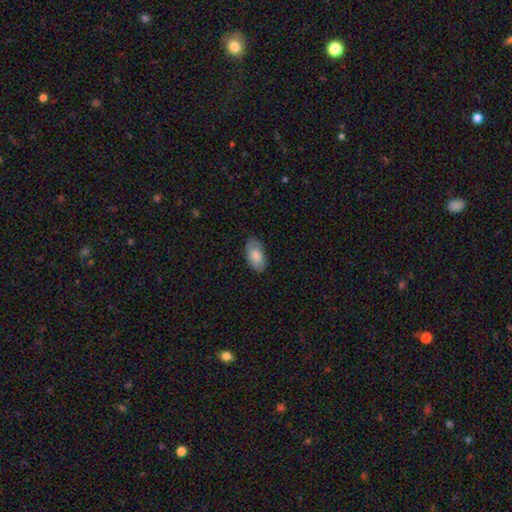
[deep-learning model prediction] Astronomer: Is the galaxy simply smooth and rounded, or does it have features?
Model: smooth — 81%.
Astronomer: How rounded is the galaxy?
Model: in between — 94%.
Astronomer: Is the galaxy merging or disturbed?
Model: none — 78%.